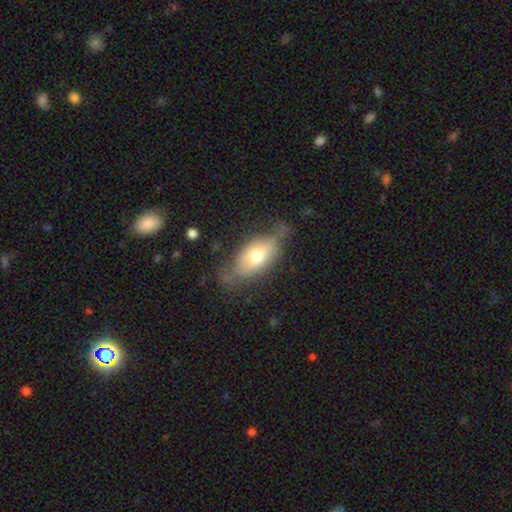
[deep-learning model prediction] Q: Smooth or featured?
A: smooth (57%); runner-up: featured or disk (36%)
Q: How rounded?
A: in between (83%); runner-up: cigar-shaped (12%)
Q: Merging?
A: none (51%); runner-up: minor disturbance (31%)